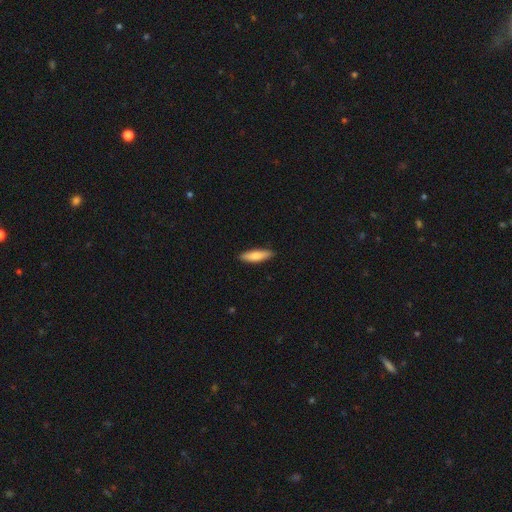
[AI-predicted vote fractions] Smooth or featured? smooth (80%)
How rounded? cigar-shaped (63%)
Merging? none (89%)